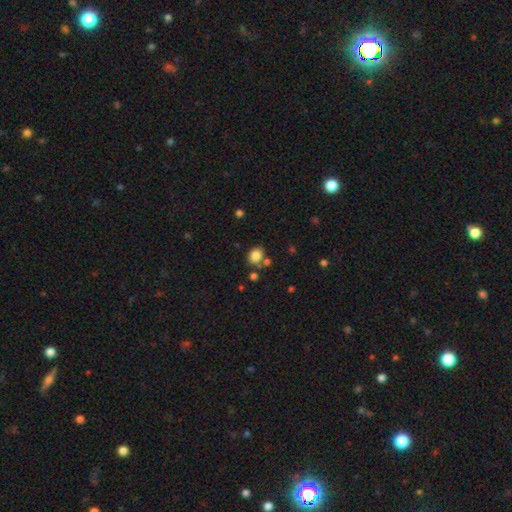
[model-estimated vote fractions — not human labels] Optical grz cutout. It shows a smooth galaxy with no disk features (83%) that is round (61%). Merging: none (71%).